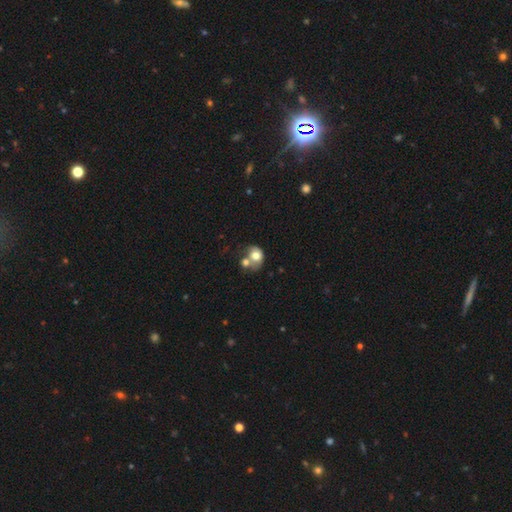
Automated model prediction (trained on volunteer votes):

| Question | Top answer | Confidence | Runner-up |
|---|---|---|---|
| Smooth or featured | smooth | 69% | featured or disk (23%) |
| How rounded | round | 52% | in between (47%) |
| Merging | merger | 56% | none (22%) |